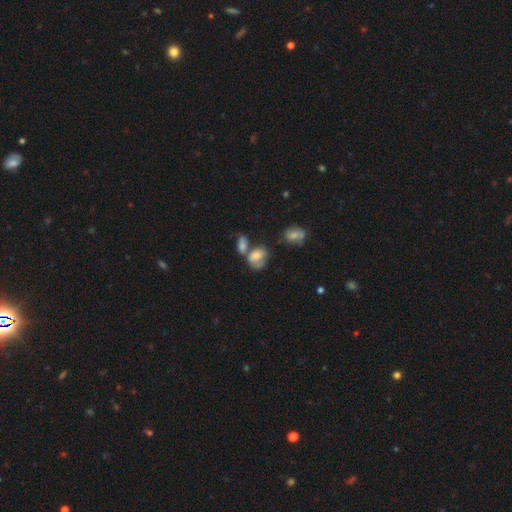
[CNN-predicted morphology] Overall: smooth (67%). How rounded: in between (74%). Merging: merger (43%; none 26%).